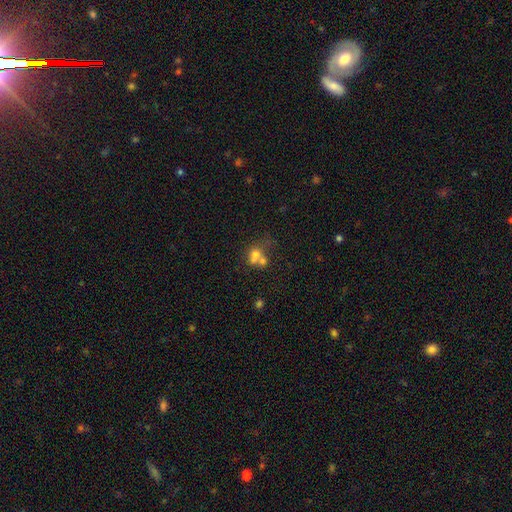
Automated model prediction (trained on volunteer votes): This is likely a smooth galaxy (64%). How rounded: possibly round (58%). Merging: possibly merger (59%).